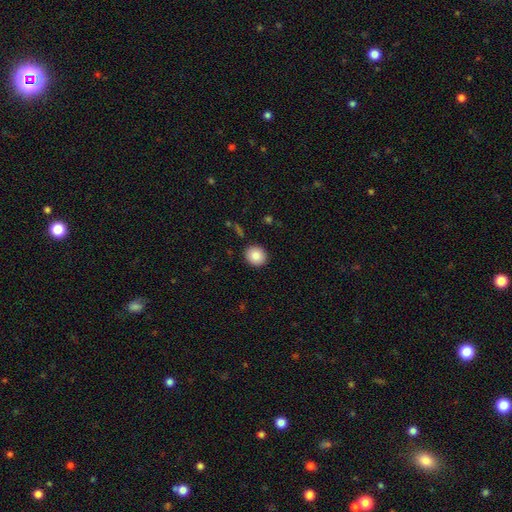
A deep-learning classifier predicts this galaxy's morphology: This appears to be a smooth galaxy with no disk features (87%) that is round (81%). Merging: none (91%).